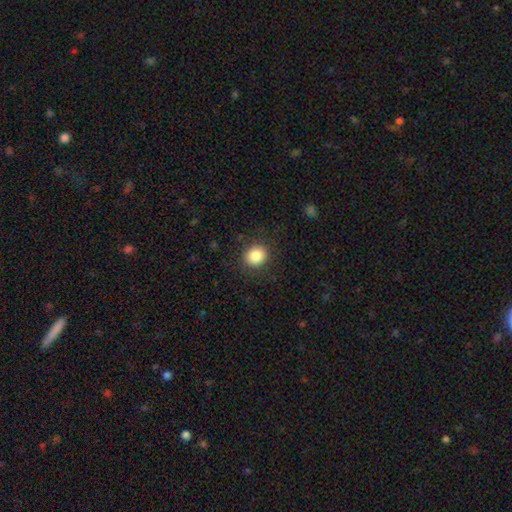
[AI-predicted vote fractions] smooth-or-featured: smooth: 85% | star or artifact: 10% | featured or disk: 5%
  how-rounded: round: 78% | in between: 21% | cigar-shaped: 1%
  merging: none: 88% | minor disturbance: 8% | major disturbance: 3% | merger: 1%